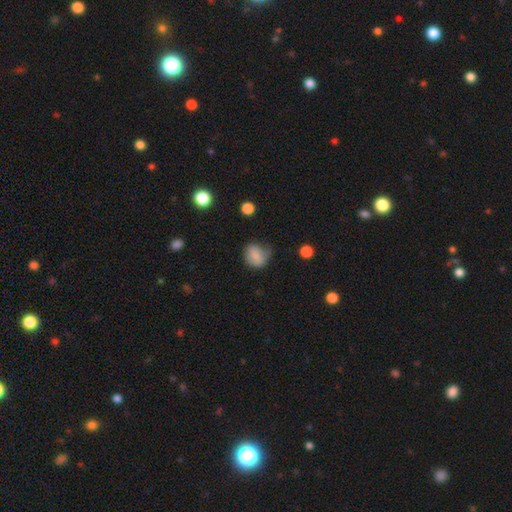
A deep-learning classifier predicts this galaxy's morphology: Q: Smooth or featured?
A: smooth (79%); runner-up: featured or disk (11%)
Q: How rounded?
A: round (66%); runner-up: in between (33%)
Q: Merging?
A: none (52%); runner-up: minor disturbance (34%)